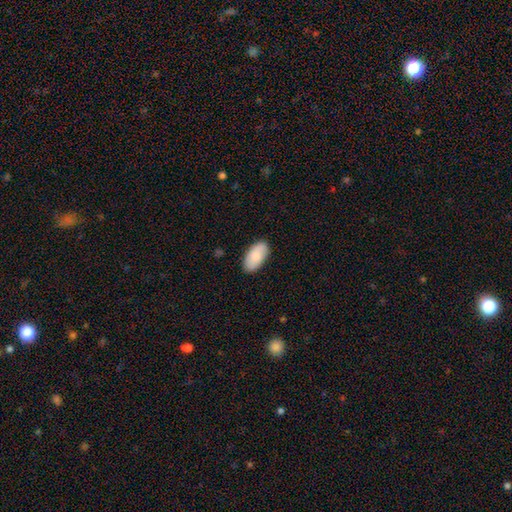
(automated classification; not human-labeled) A smooth galaxy with no disk features (84%) that is in between round and cigar-shaped (95%).

Vote fractions:
- Smooth or featured? smooth: 84% / featured or disk: 10% / star or artifact: 6%
- How rounded? in between: 95% / cigar-shaped: 2% / round: 2%
- Merging? none: 86% / minor disturbance: 11% / major disturbance: 2% / merger: 1%